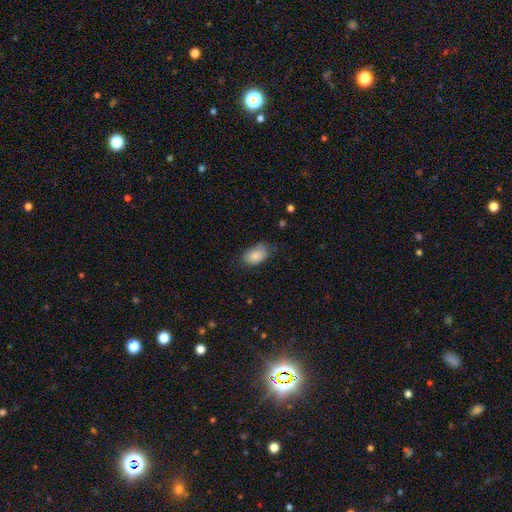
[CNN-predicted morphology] type=smooth (86%); roundness=in between (89%); merging=none (64%).